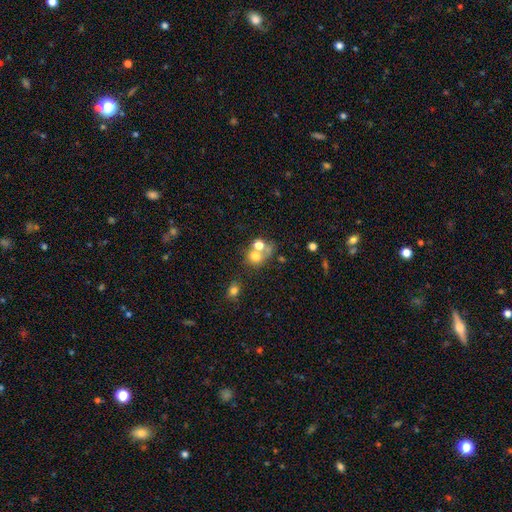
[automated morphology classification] smooth-or-featured: smooth: 67% | featured or disk: 19% | star or artifact: 15%
  how-rounded: round: 70% | in between: 29% | cigar-shaped: 1%
  merging: merger: 52% | none: 32% | minor disturbance: 8% | major disturbance: 7%